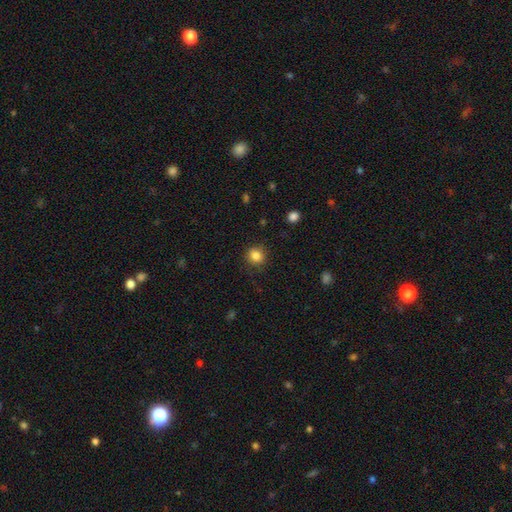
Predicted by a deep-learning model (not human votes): smooth_or_featured: smooth (p=0.85) [alt: star or artifact p=0.11]
how_rounded: round (p=0.87) [alt: in between p=0.12]
merging: none (p=0.88) [alt: minor disturbance p=0.09]